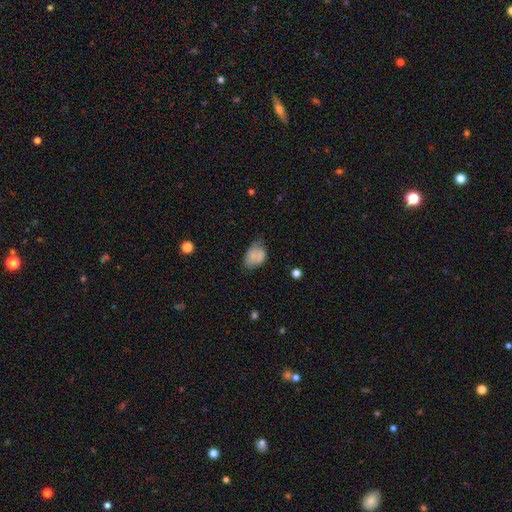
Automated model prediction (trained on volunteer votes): Smooth or featured?
  - smooth: 71% *
  - featured or disk: 20%
  - star or artifact: 9%
How rounded?
  - in between: 84% *
  - round: 15%
  - cigar-shaped: 1%
Merging?
  - none: 45% *
  - minor disturbance: 33%
  - major disturbance: 12%
  - merger: 10%